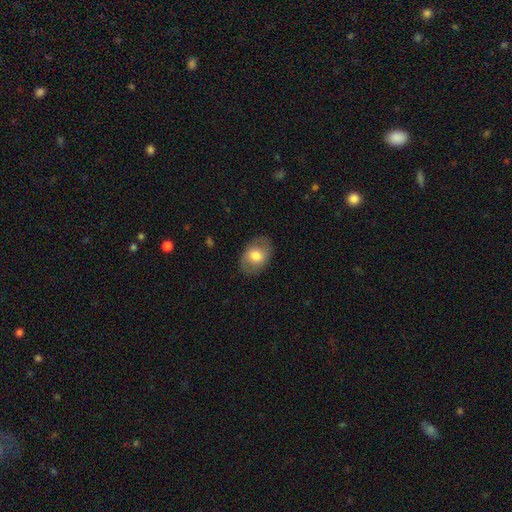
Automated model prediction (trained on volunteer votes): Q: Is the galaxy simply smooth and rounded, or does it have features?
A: smooth — 70%.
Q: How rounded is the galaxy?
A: in between — 77%.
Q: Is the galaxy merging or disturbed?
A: none — 83%.